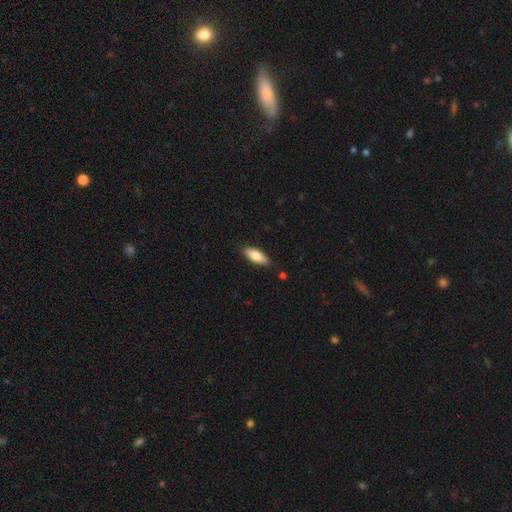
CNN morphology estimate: This is likely a smooth galaxy (78%). How rounded: likely in between (70%). Merging: clearly none (86%).